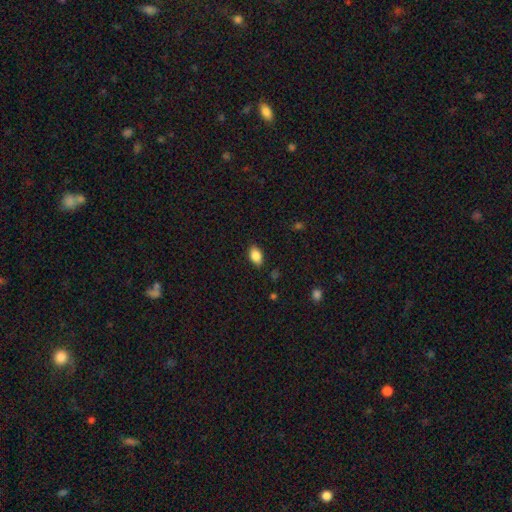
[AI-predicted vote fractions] This is clearly a smooth galaxy (85%). How rounded: clearly in between (89%). Merging: clearly none (84%).